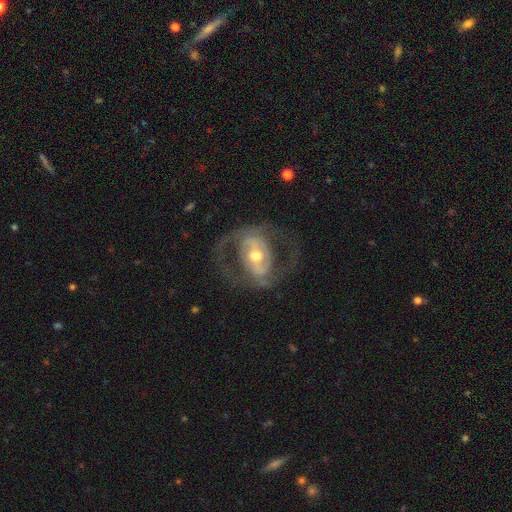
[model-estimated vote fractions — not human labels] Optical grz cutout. It shows a featured or disk galaxy (84%) with a weak bar (36%), 2 (86%) medium (52%) spiral arms (79%) and a moderate central bulge (68%). Merging: none (67%).